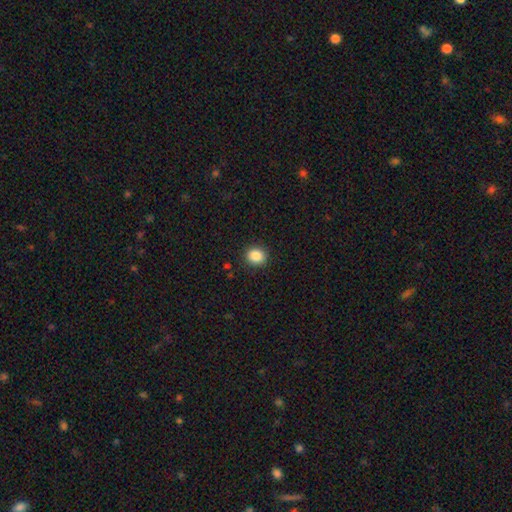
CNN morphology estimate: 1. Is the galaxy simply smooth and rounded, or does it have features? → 87% smooth, 10% star or artifact, 4% featured or disk.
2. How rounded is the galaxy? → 77% round, 22% in between, 1% cigar-shaped.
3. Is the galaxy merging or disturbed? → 90% none, 7% minor disturbance, 2% major disturbance, 1% merger.